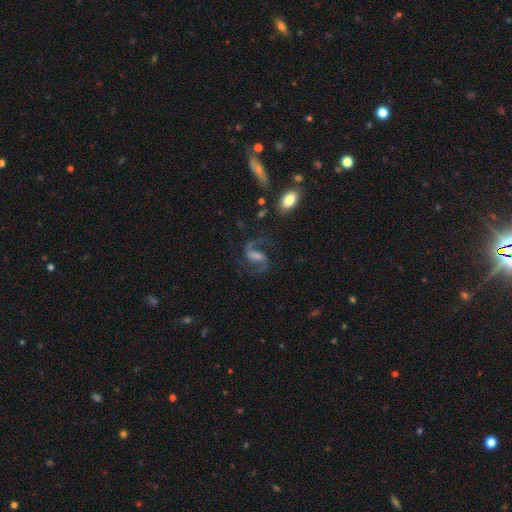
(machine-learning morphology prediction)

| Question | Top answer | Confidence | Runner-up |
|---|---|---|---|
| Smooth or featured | featured or disk | 83% | smooth (10%) |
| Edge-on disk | no | 97% | yes (3%) |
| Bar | weak | 42% | strong (39%) |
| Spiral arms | yes | 96% | no (4%) |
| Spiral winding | medium | 47% | loose (45%) |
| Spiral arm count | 2 | 90% | 1 (5%) |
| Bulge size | none | 29% | moderate (28%) |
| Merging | none | 65% | major disturbance (17%) |